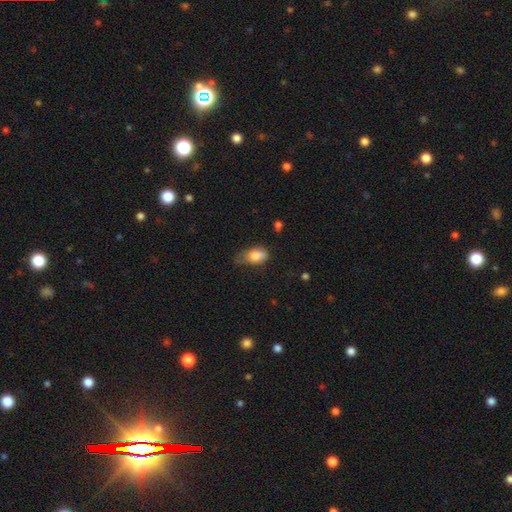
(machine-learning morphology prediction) Smooth or featured? smooth (83%)
How rounded? in between (89%)
Merging? minor disturbance (44%)